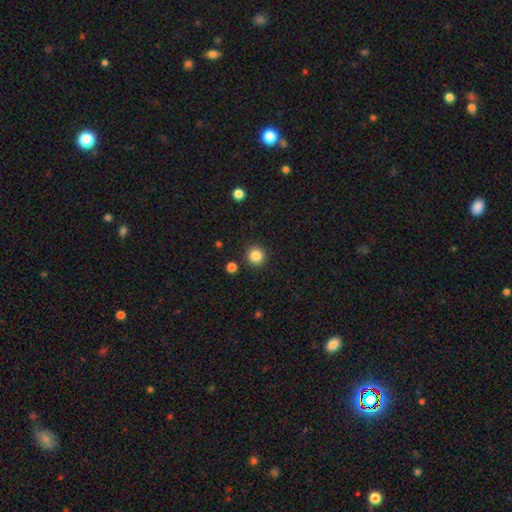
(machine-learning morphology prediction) Smooth or featured? smooth (85%)
How rounded? round (94%)
Merging? none (90%)